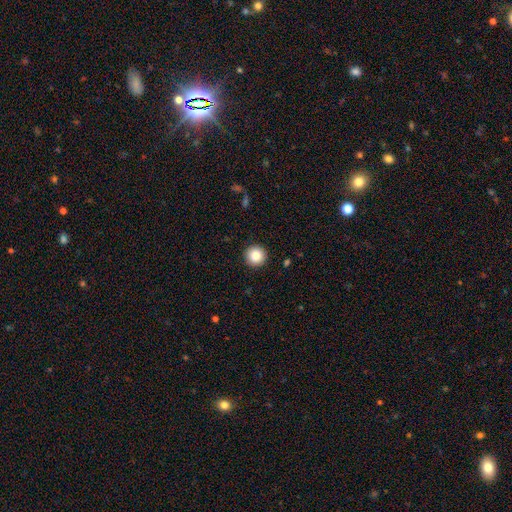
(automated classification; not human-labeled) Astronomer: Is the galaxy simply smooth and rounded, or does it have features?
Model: smooth — 86%.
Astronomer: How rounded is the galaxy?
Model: round — 96%.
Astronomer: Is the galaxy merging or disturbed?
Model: none — 93%.